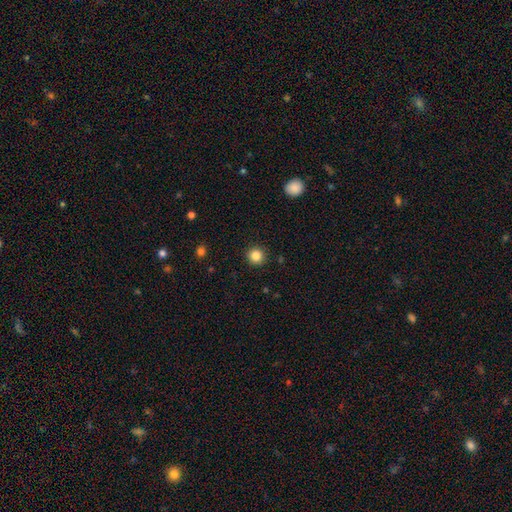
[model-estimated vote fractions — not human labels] smooth 85%, star or artifact 11%, featured or disk 4%. Down the decision tree: how rounded — round (94%); merging — none (92%).